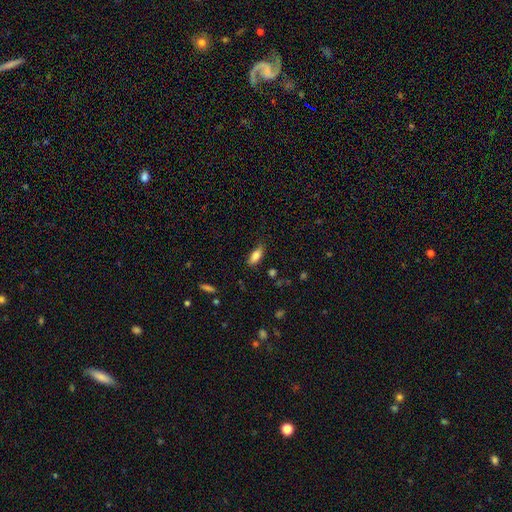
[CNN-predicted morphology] Smooth or featured: smooth — 83% (featured or disk — 9%)
How rounded: in between — 81% (cigar-shaped — 17%)
Merging: none — 74% (minor disturbance — 20%)